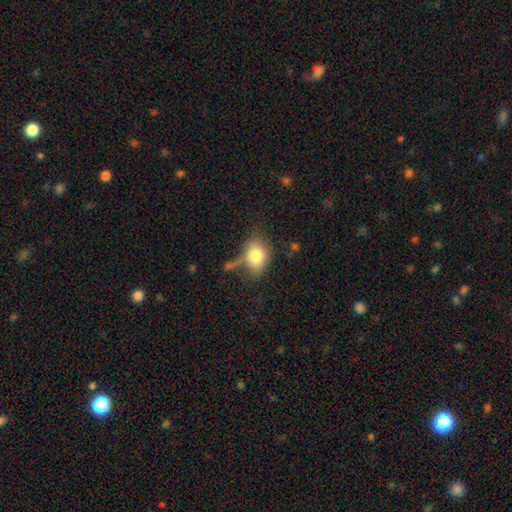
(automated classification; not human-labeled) Smooth or featured? smooth (77%)
How rounded? in between (72%)
Merging? none (46%)